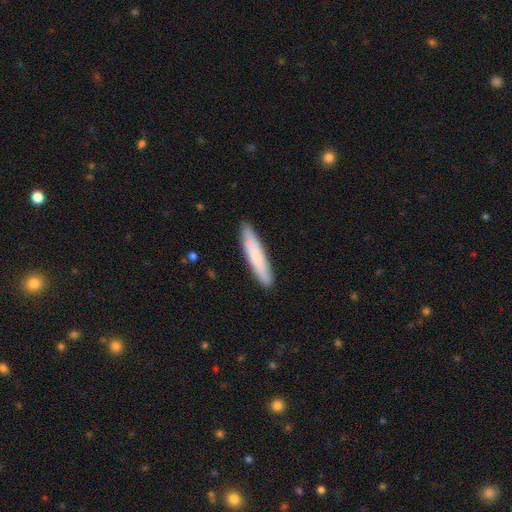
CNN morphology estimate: A smooth galaxy with no disk features (73%) that is cigar-shaped (89%).

Vote fractions:
- Smooth or featured? smooth: 73% / featured or disk: 21% / star or artifact: 6%
- How rounded? cigar-shaped: 89% / in between: 10% / round: 1%
- Merging? none: 88% / minor disturbance: 9% / major disturbance: 2% / merger: 1%